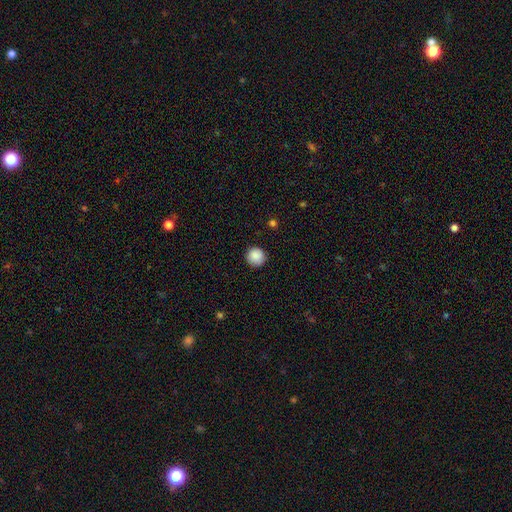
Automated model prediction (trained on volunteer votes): smooth-or-featured: smooth: 88% | star or artifact: 9% | featured or disk: 3%
  how-rounded: round: 95% | in between: 4% | cigar-shaped: 1%
  merging: none: 89% | minor disturbance: 8% | major disturbance: 2% | merger: 1%